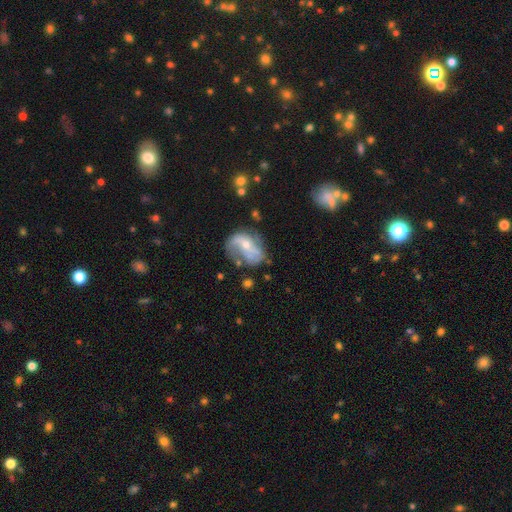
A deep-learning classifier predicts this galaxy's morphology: The model was most divided on "bulge size": small: 55%, moderate: 40%, none: 2%, large: 2%, dominant: 1%. Remaining: edge-on disk — no (96%); spiral arms — yes (75%); smooth or featured — featured or disk (66%); bar — no (54%); merging — none (44%).